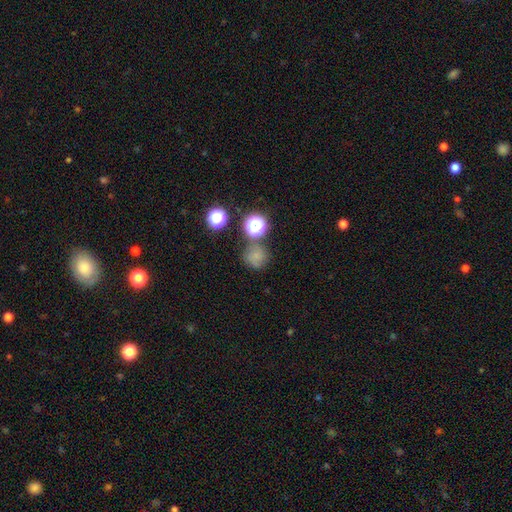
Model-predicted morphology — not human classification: Q: Smooth or featured?
A: smooth (66%); runner-up: star or artifact (23%)
Q: How rounded?
A: round (88%); runner-up: in between (11%)
Q: Merging?
A: none (65%); runner-up: minor disturbance (16%)